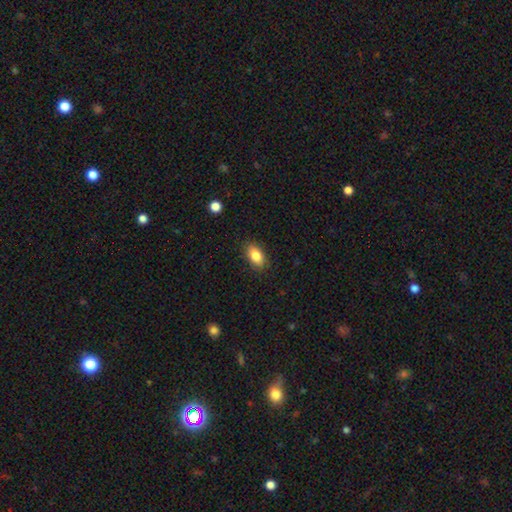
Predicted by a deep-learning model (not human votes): smooth-or-featured: smooth: 85% | star or artifact: 8% | featured or disk: 7%
  how-rounded: in between: 91% | round: 6% | cigar-shaped: 4%
  merging: none: 86% | minor disturbance: 10% | major disturbance: 3% | merger: 1%